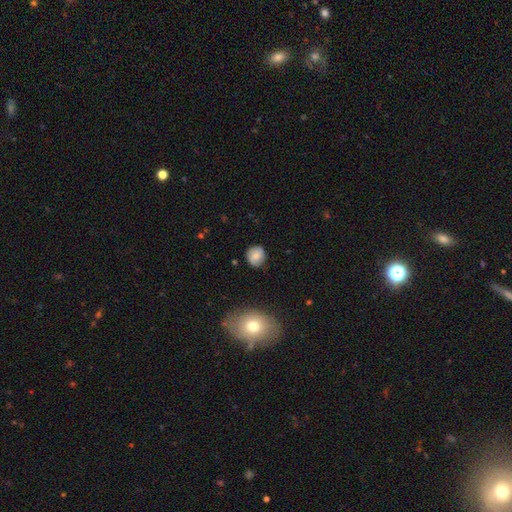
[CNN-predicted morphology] A smooth galaxy with no disk features (79%) that is round (83%).

Vote fractions:
- Smooth or featured? smooth: 79% / featured or disk: 13% / star or artifact: 8%
- How rounded? round: 83% / in between: 16% / cigar-shaped: 1%
- Merging? none: 81% / minor disturbance: 14% / major disturbance: 3% / merger: 2%